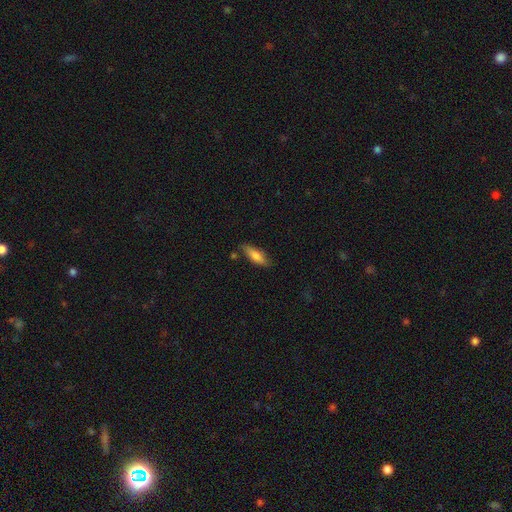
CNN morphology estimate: Q: Smooth or featured?
A: smooth (74%); runner-up: featured or disk (19%)
Q: How rounded?
A: in between (56%); runner-up: cigar-shaped (42%)
Q: Merging?
A: none (73%); runner-up: minor disturbance (19%)